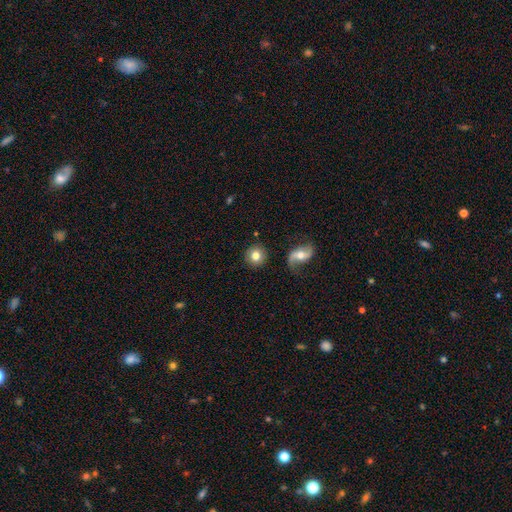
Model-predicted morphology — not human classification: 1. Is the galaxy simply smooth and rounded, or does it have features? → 74% smooth, 18% featured or disk, 8% star or artifact.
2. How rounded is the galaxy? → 92% round, 7% in between, 1% cigar-shaped.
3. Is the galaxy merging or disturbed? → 87% none, 7% minor disturbance, 3% merger, 3% major disturbance.